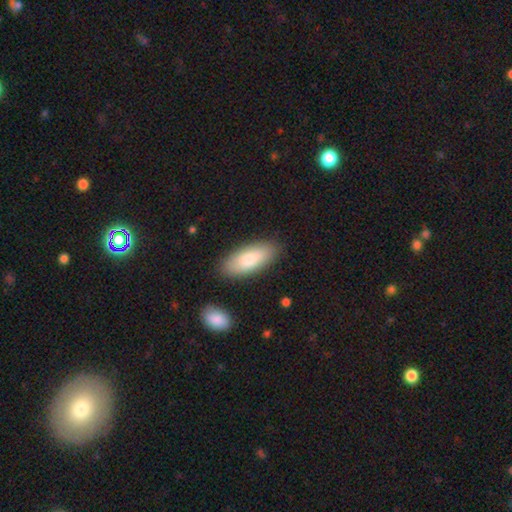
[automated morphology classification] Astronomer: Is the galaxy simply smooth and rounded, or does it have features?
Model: smooth — 80%.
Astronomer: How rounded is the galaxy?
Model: in between — 86%.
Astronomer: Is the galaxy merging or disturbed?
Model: none — 83%.